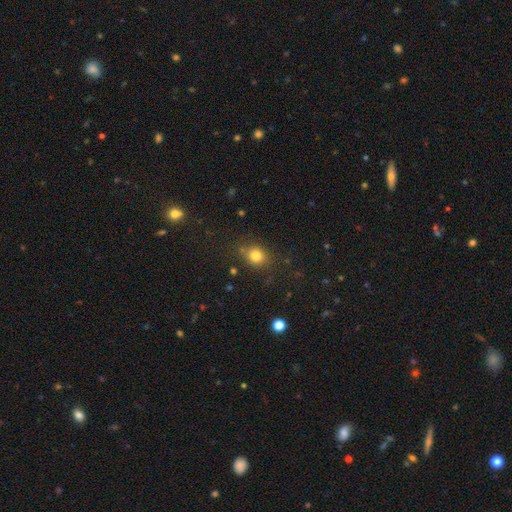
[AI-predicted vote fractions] Smooth or featured?
  - smooth: 81% *
  - star or artifact: 13%
  - featured or disk: 6%
How rounded?
  - round: 70% *
  - in between: 29%
  - cigar-shaped: 1%
Merging?
  - none: 76% *
  - minor disturbance: 14%
  - major disturbance: 5%
  - merger: 4%